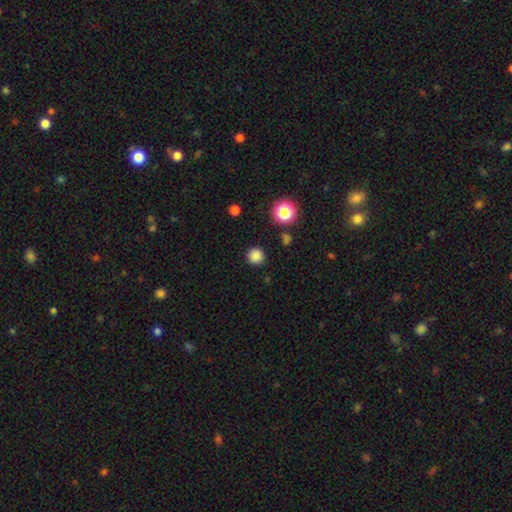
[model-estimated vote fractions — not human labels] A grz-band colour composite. It shows a smooth galaxy with no disk features (83%) that is round (94%). Merging: none (90%).